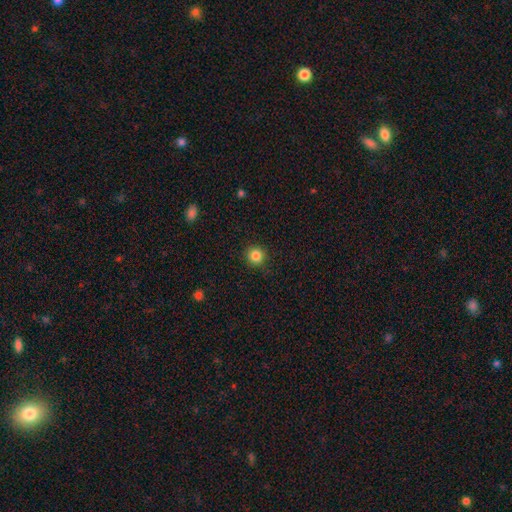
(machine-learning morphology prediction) Smooth or featured? smooth (84%)
How rounded? round (94%)
Merging? none (92%)